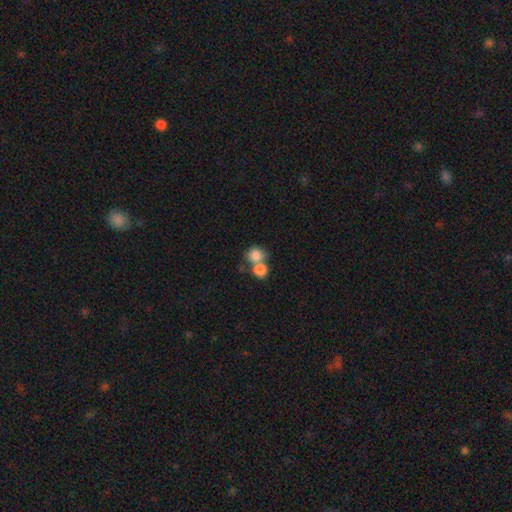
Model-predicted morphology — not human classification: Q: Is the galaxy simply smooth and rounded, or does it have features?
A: smooth — 82%.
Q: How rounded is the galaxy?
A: round — 78%.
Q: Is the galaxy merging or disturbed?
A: merger — 56%.